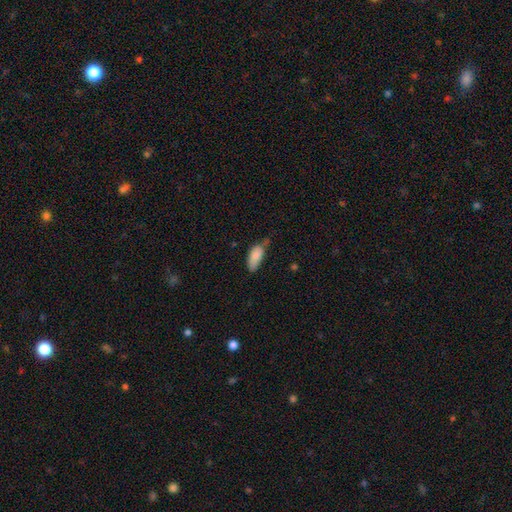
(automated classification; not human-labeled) smooth 84%, featured or disk 8%, star or artifact 7%. Down the decision tree: how rounded — in between (86%); merging — none (43%).